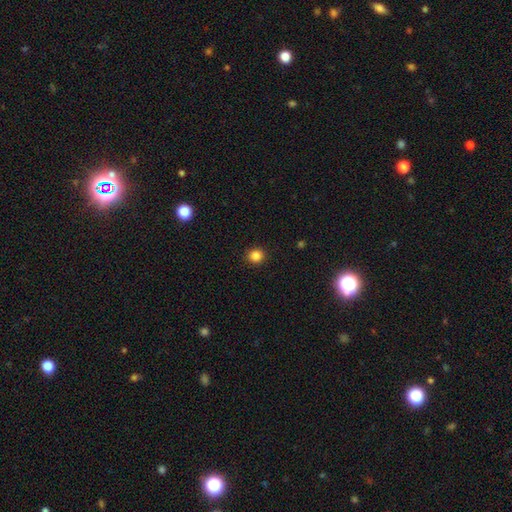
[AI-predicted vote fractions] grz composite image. It shows a smooth galaxy with no disk features (85%) that is round (90%). Merging: none (92%).